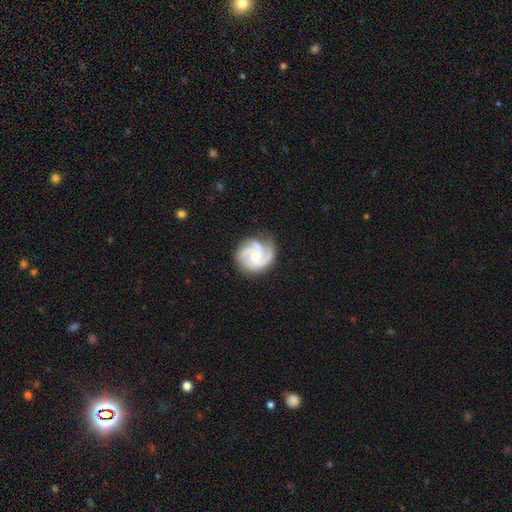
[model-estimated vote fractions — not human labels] Smooth or featured? Predicted: featured or disk (p=0.88). Edge-on disk? Predicted: no (p=0.98). Bar? Predicted: no (p=0.64). Spiral arms? Predicted: yes (p=0.98). Spiral winding? Predicted: tight (p=0.50). Spiral arm count? Predicted: 3 (p=0.70). Bulge size? Predicted: small (p=0.52). Merging? Predicted: none (p=0.79).